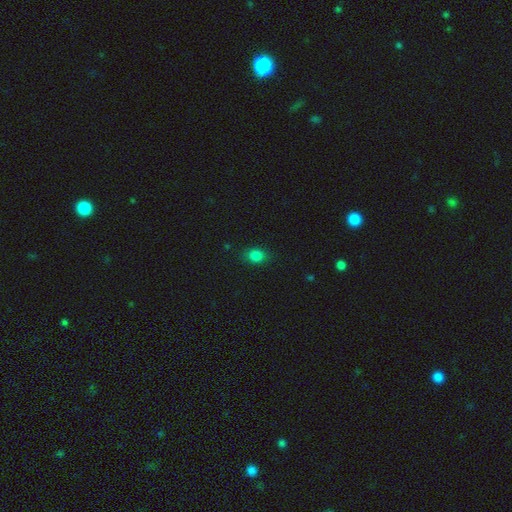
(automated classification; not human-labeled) smooth 82%, star or artifact 13%, featured or disk 5%. Down the decision tree: how rounded — in between (57%); merging — none (83%).